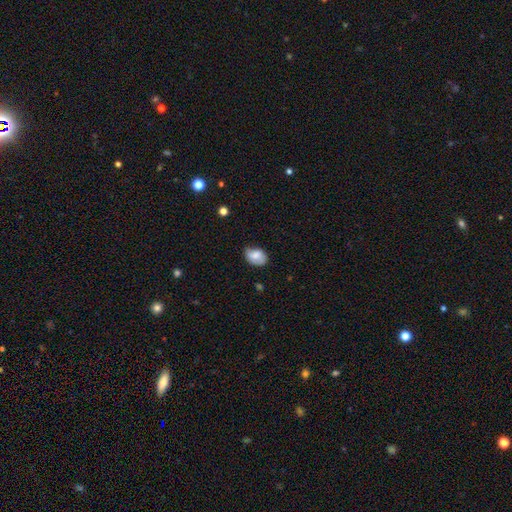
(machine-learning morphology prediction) smooth-or-featured: smooth: 72% | featured or disk: 20% | star or artifact: 8%
  how-rounded: in between: 75% | round: 24% | cigar-shaped: 1%
  merging: none: 51% | minor disturbance: 38% | major disturbance: 9% | merger: 2%